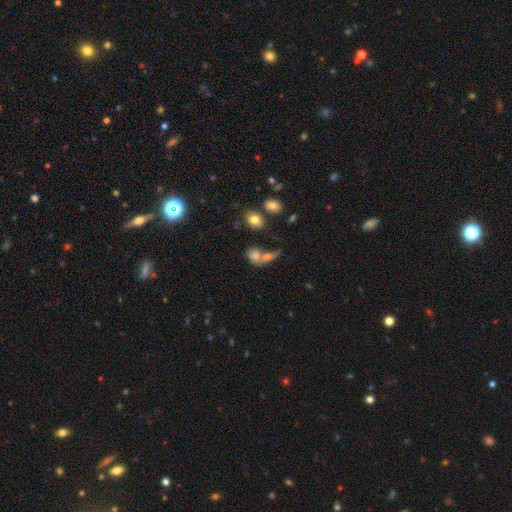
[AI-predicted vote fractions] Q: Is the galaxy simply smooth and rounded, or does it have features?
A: smooth — 69%.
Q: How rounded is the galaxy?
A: in between — 59%.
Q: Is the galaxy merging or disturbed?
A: merger — 47%.